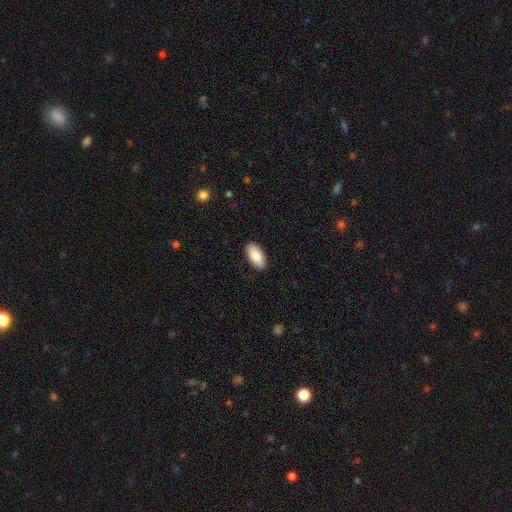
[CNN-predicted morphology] The model was most divided on "smooth or featured": smooth: 87%, featured or disk: 7%, star or artifact: 6%. More confident: how rounded — in between (93%); merging — none (89%).